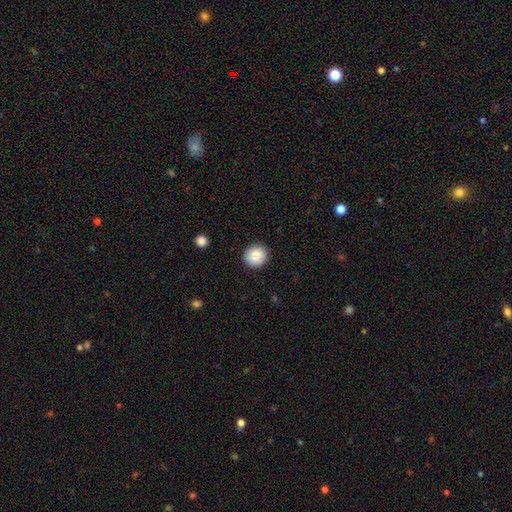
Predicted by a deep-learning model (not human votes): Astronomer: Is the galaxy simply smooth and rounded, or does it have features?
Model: smooth — 87%.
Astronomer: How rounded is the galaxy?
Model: round — 90%.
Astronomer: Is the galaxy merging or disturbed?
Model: none — 91%.